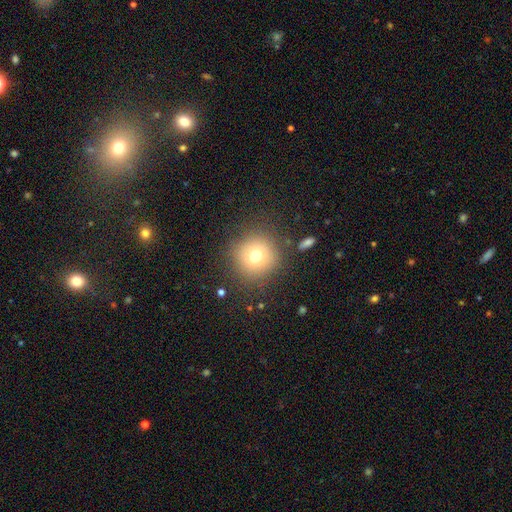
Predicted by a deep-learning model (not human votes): Smooth or featured?
  - smooth: 73% *
  - star or artifact: 14%
  - featured or disk: 13%
How rounded?
  - round: 94% *
  - in between: 5%
  - cigar-shaped: 1%
Merging?
  - none: 86% *
  - minor disturbance: 8%
  - major disturbance: 4%
  - merger: 2%